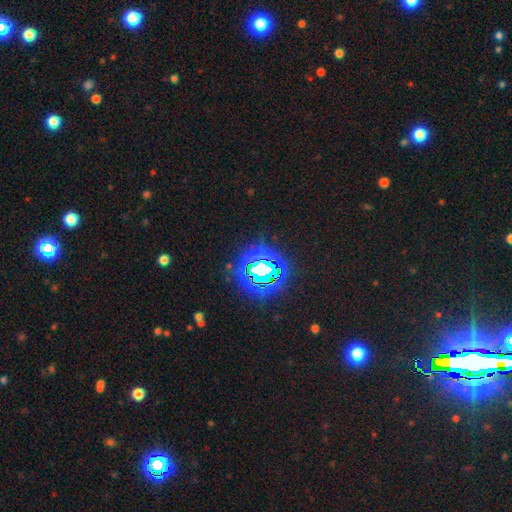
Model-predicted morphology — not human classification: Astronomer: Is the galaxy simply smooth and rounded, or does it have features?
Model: star or artifact — 84%.